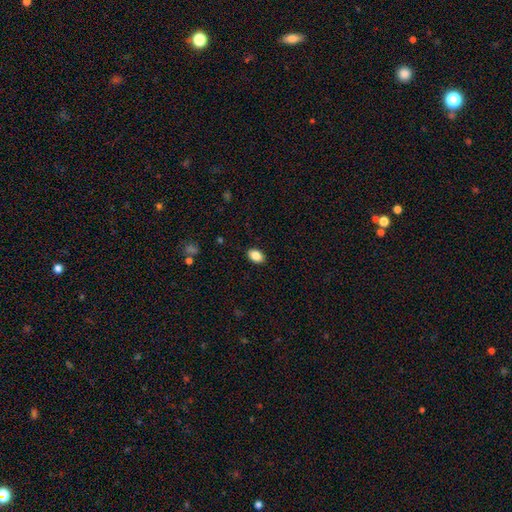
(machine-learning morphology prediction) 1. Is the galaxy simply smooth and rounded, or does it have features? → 86% smooth, 8% star or artifact, 6% featured or disk.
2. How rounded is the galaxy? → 87% in between, 11% round, 1% cigar-shaped.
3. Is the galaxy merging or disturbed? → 89% none, 8% minor disturbance, 2% major disturbance, 1% merger.